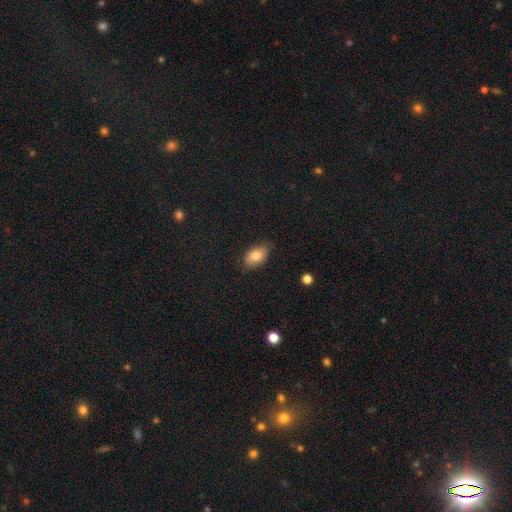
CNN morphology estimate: smooth_or_featured: smooth (p=0.81) [alt: featured or disk p=0.11]
how_rounded: in between (p=0.89) [alt: round p=0.09]
merging: none (p=0.80) [alt: minor disturbance p=0.16]